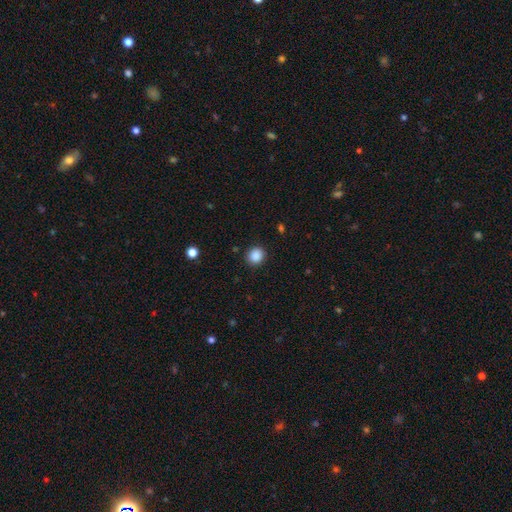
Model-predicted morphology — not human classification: A smooth galaxy with no disk features (87%) that is round (82%). Merging: none (89%).